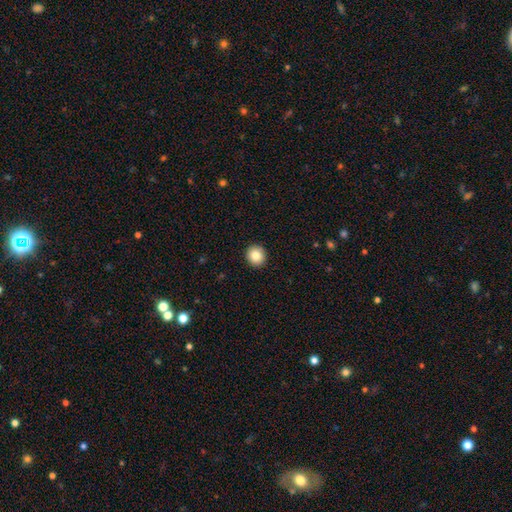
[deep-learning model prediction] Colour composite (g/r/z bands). It shows a smooth galaxy with no disk features (83%) that is round (90%). Merging: none (93%).